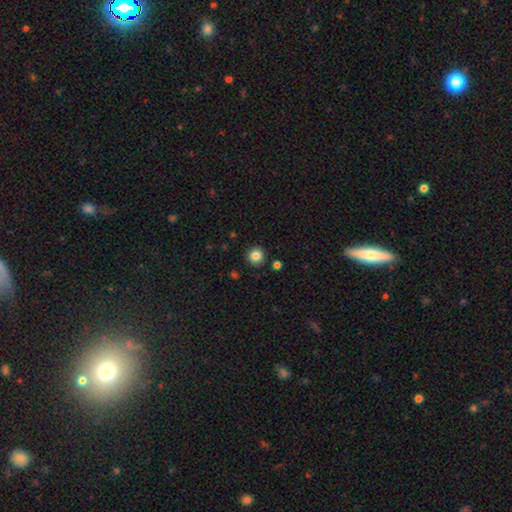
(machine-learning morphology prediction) Smooth or featured? Predicted: smooth (p=0.84). How rounded? Predicted: round (p=0.94). Merging? Predicted: none (p=0.90).